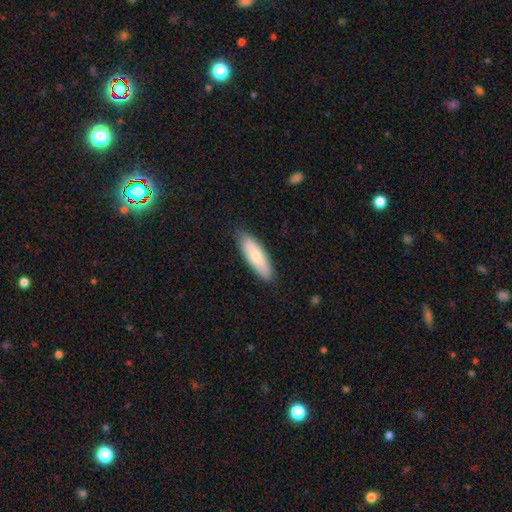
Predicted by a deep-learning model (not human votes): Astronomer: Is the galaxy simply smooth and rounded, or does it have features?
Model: smooth — 75%.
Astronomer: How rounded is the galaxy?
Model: in between — 53% (runner-up: cigar-shaped, 45%).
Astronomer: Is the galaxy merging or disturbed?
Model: none — 87%.